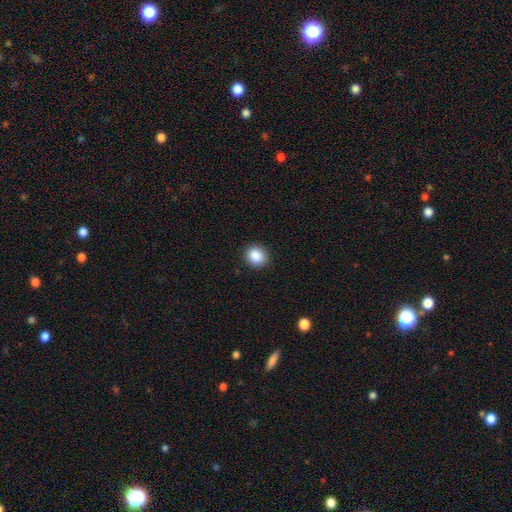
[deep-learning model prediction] Morphology: type=smooth (88%); roundness=round (76%); merging=none (90%).